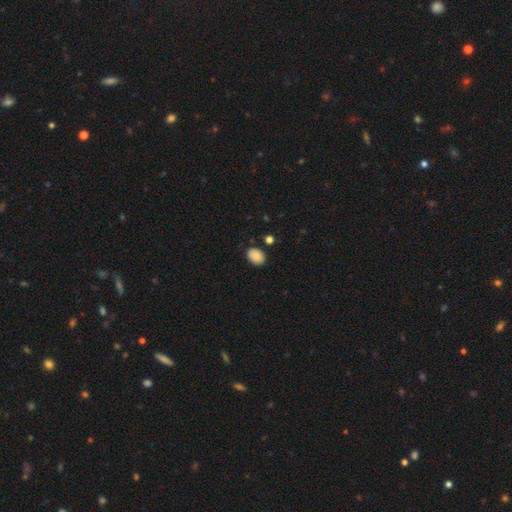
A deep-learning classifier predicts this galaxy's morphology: A smooth galaxy with no disk features (87%) that is in between round and cigar-shaped (71%).

Vote fractions:
- Smooth or featured? smooth: 87% / star or artifact: 8% / featured or disk: 4%
- How rounded? in between: 71% / round: 28% / cigar-shaped: 1%
- Merging? none: 83% / minor disturbance: 12% / merger: 3% / major disturbance: 3%